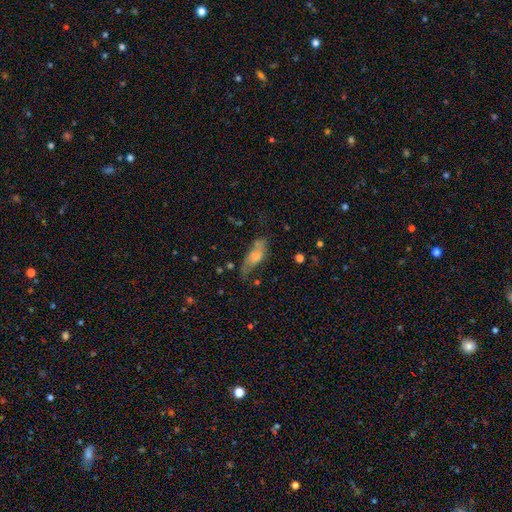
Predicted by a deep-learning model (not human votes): Overall: smooth (59%; featured or disk 31%). How rounded: in between (74%). Merging: none (39%; minor disturbance 29%).